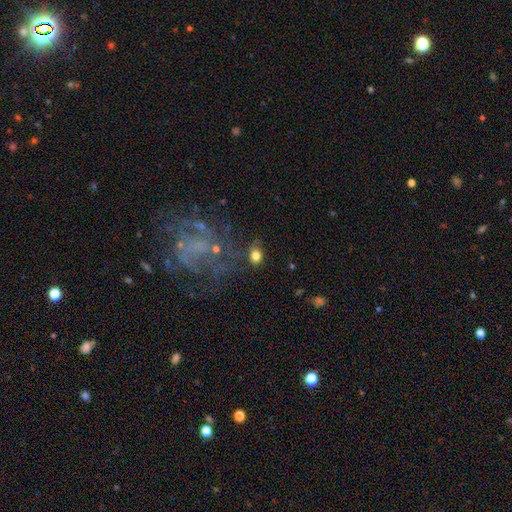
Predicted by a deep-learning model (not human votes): smooth-or-featured: smooth: 72% | featured or disk: 17% | star or artifact: 11%
  how-rounded: in between: 59% | round: 39% | cigar-shaped: 2%
  merging: none: 64% | minor disturbance: 18% | major disturbance: 11% | merger: 7%